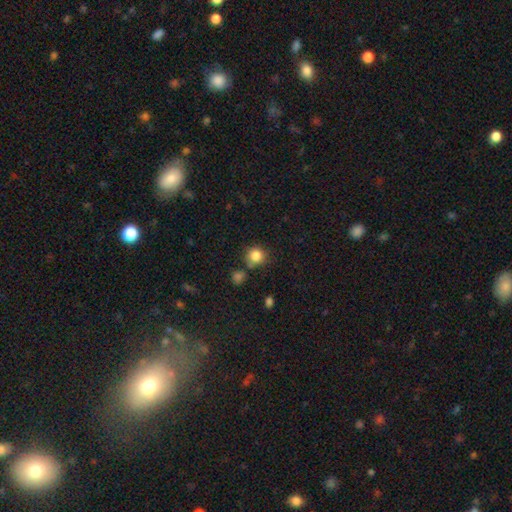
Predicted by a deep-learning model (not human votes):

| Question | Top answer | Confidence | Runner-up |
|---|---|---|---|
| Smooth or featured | smooth | 84% | star or artifact (11%) |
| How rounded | round | 90% | in between (9%) |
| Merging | none | 73% | minor disturbance (13%) |